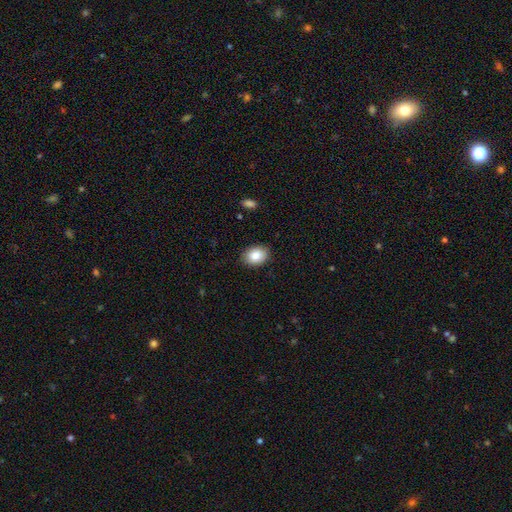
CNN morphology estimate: This is clearly a smooth galaxy (86%). How rounded: likely in between (70%). Merging: clearly none (86%).